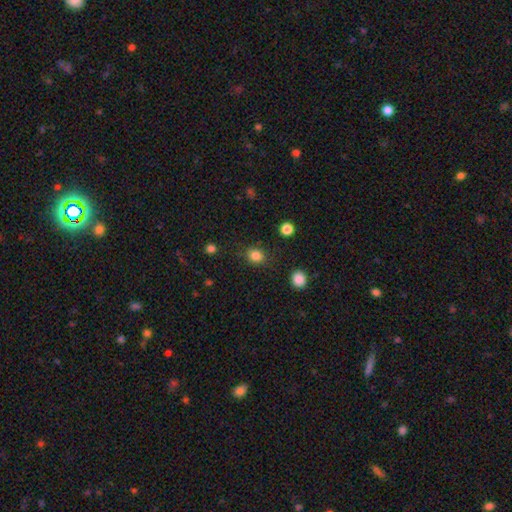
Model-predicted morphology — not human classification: smooth_or_featured: smooth (p=0.84) [alt: star or artifact p=0.12]
how_rounded: round (p=0.64) [alt: in between p=0.35]
merging: none (p=0.84) [alt: minor disturbance p=0.11]